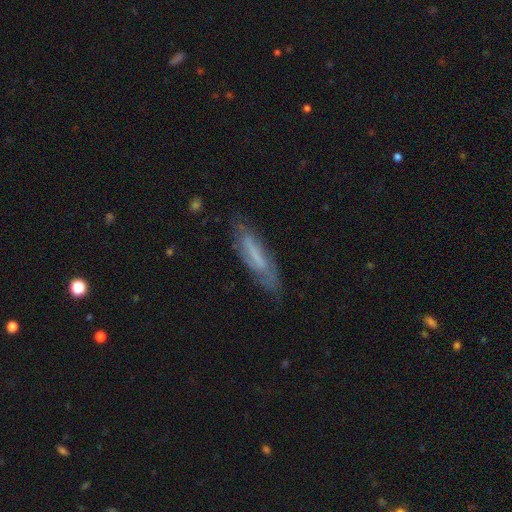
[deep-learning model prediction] Q: Smooth or featured?
A: featured or disk (55%); runner-up: smooth (37%)
Q: Edge-on disk?
A: no (62%); runner-up: yes (38%)
Q: Merging?
A: none (69%); runner-up: minor disturbance (22%)